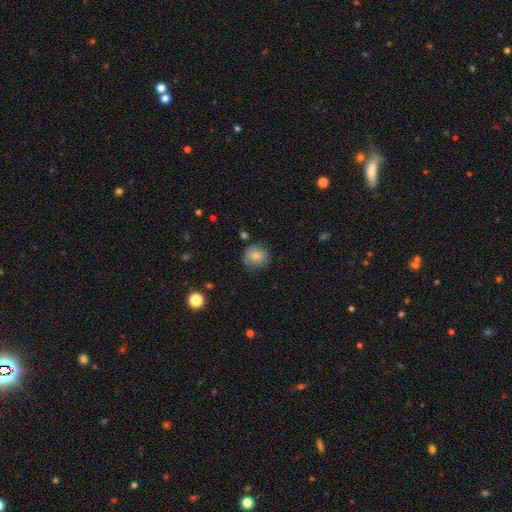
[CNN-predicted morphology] smooth-or-featured: smooth: 80% | featured or disk: 11% | star or artifact: 9%
  how-rounded: round: 89% | in between: 10% | cigar-shaped: 1%
  merging: none: 78% | minor disturbance: 17% | major disturbance: 4% | merger: 2%